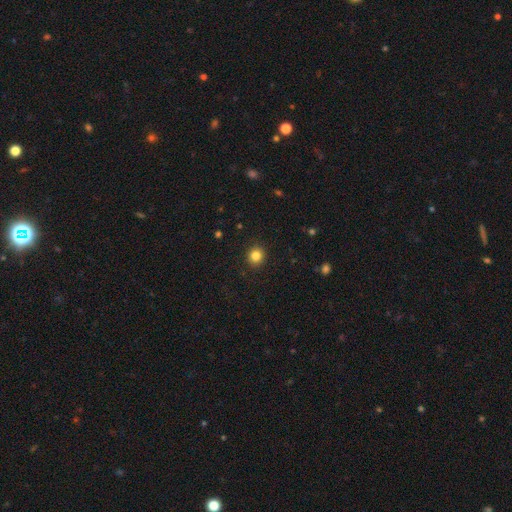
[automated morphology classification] A smooth galaxy with no disk features (84%) that is round (89%). Merging: none (92%).